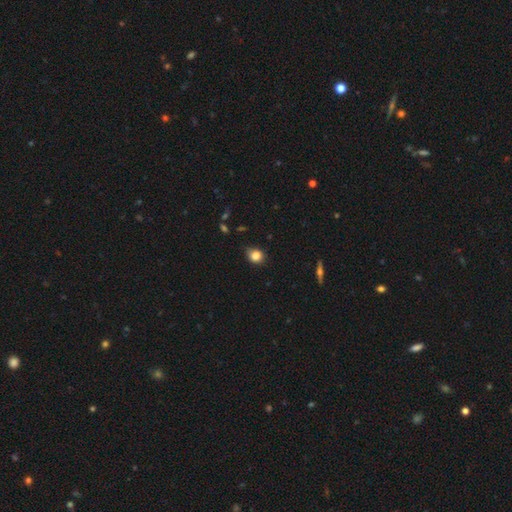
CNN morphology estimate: The model was most divided on "how rounded": round: 68%, in between: 30%, cigar-shaped: 1%. More confident: smooth or featured — smooth (81%); merging — none (70%).